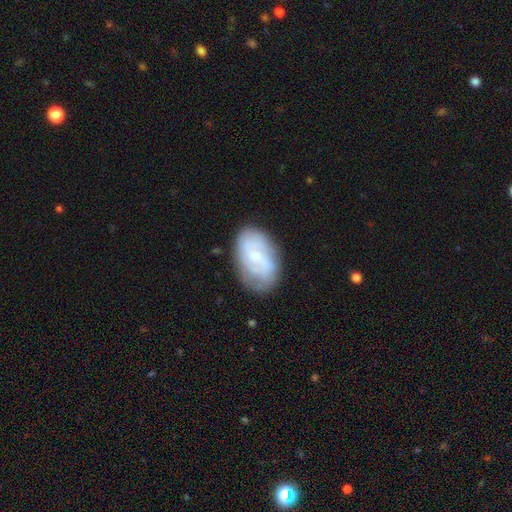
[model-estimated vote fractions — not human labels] This appears to be a featured or disk galaxy (55%) with no bar (61%), spiral arms (72%) and a small central bulge (67%). Merging: none (72%).